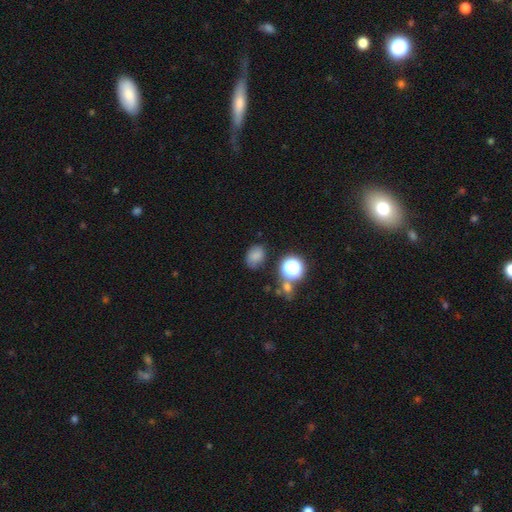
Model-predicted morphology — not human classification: Smooth or featured? Predicted: smooth (p=0.76). How rounded? Predicted: in between (p=0.66). Merging? Predicted: none (p=0.73).